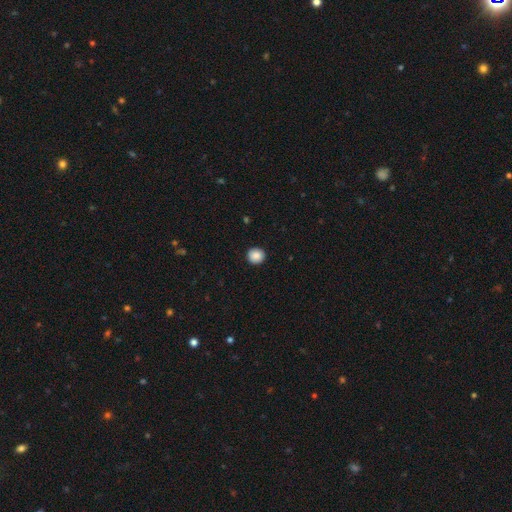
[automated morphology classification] The model was most divided on "smooth or featured": smooth: 89%, star or artifact: 8%, featured or disk: 3%. More confident: how rounded — round (93%); merging — none (92%).